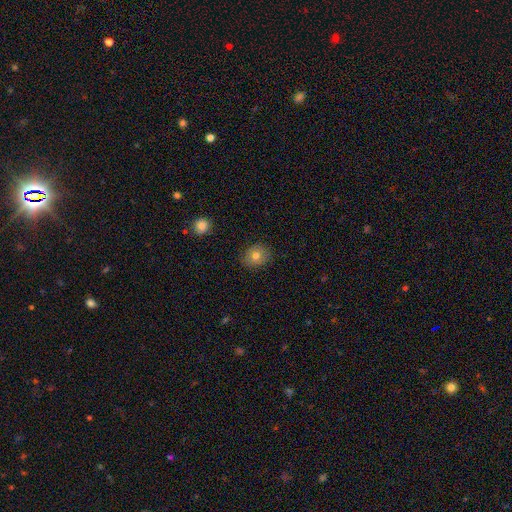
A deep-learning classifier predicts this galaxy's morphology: Smooth or featured? smooth (76%)
How rounded? round (60%)
Merging? none (86%)